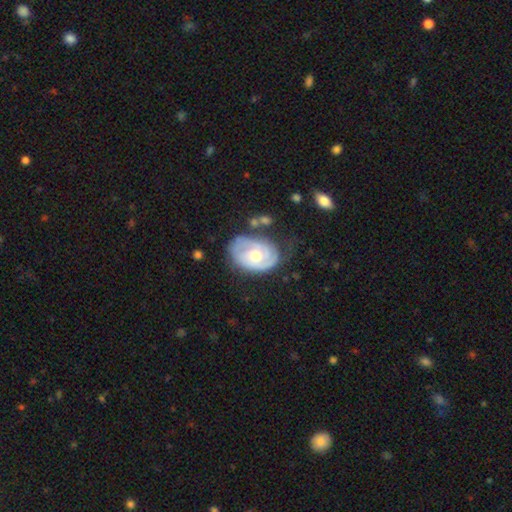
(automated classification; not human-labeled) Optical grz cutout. It shows a featured or disk galaxy (80%) with no bar (70%), 2 (46%) tight (63%) spiral arms (89%) and a moderate central bulge (76%). Merging: none (59%).